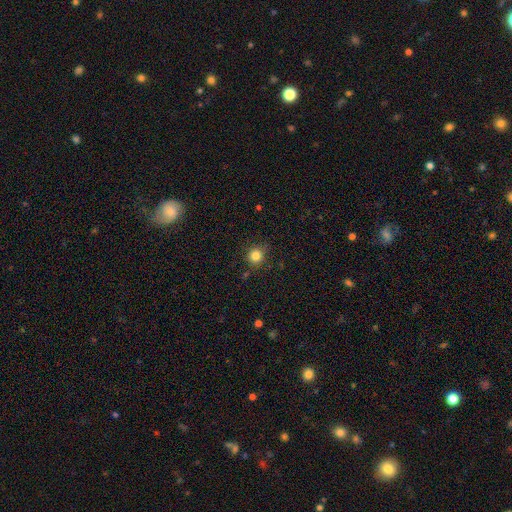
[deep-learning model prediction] This appears to be a smooth galaxy with no disk features (83%) that is round (92%). Merging: none (86%).